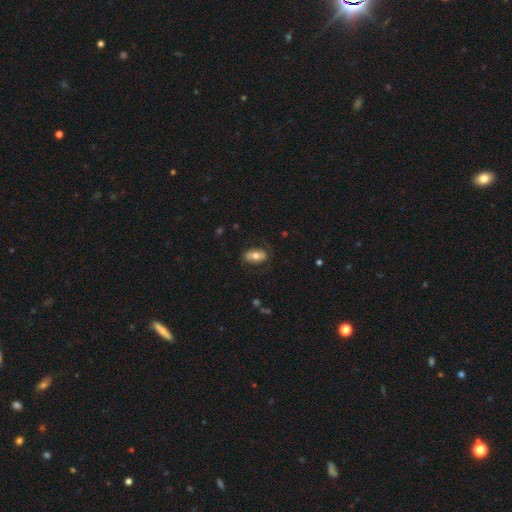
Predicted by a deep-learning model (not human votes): smooth-or-featured: smooth: 65% | featured or disk: 28% | star or artifact: 7%
  how-rounded: in between: 90% | round: 5% | cigar-shaped: 5%
  merging: none: 78% | minor disturbance: 15% | major disturbance: 5% | merger: 1%